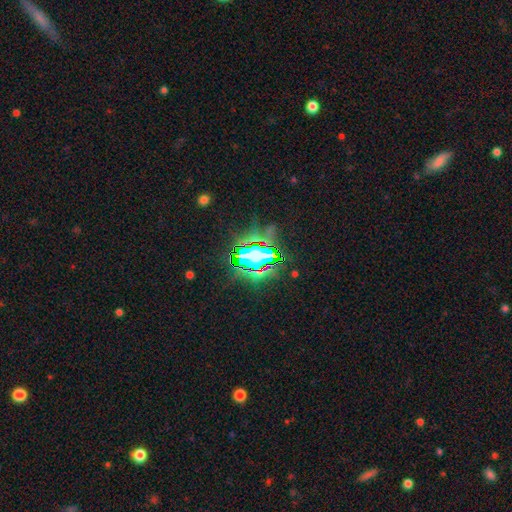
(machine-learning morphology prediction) Smooth or featured? star or artifact (68%)